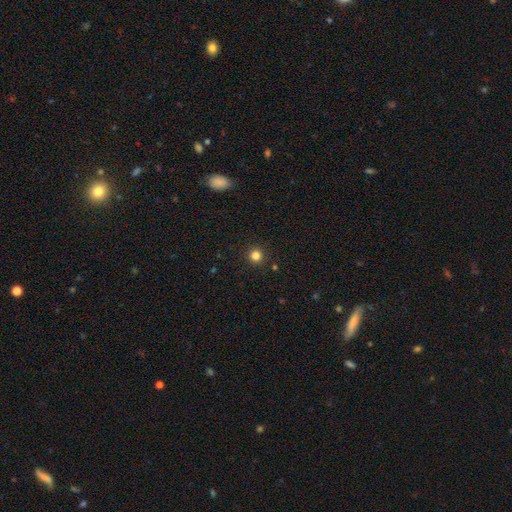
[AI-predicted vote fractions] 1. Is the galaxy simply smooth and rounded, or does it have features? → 82% smooth, 14% star or artifact, 4% featured or disk.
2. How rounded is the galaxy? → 95% round, 4% in between, 1% cigar-shaped.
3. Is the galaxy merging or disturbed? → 92% none, 5% minor disturbance, 2% major disturbance, 1% merger.